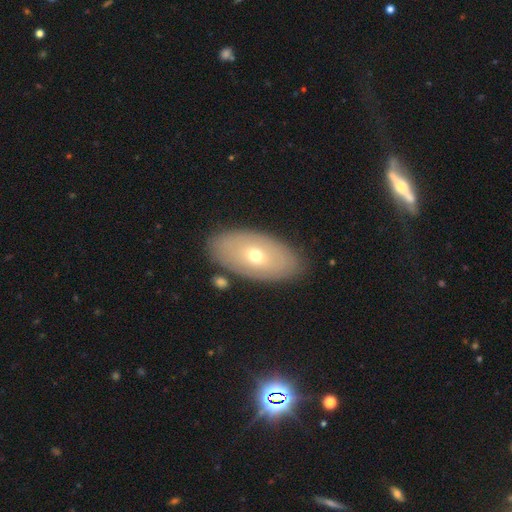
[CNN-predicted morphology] Smooth or featured?
  - smooth: 55% *
  - featured or disk: 39%
  - star or artifact: 6%
How rounded?
  - in between: 93% *
  - round: 4%
  - cigar-shaped: 3%
Merging?
  - none: 82% *
  - minor disturbance: 11%
  - merger: 3%
  - major disturbance: 3%